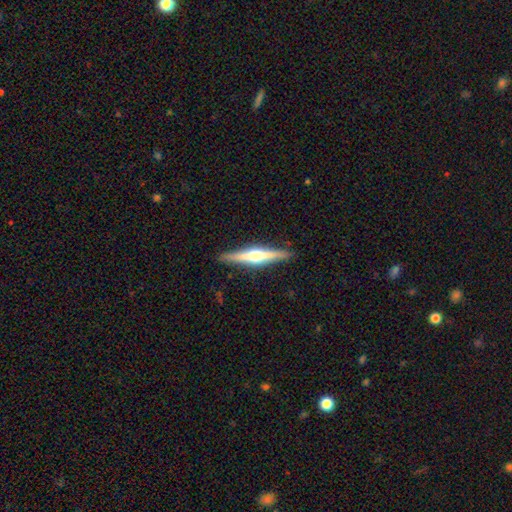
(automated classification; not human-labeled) Smooth or featured? Predicted: featured or disk (p=0.73). Edge-on disk? Predicted: yes (p=0.98). Edge-on bulge? Predicted: rounded (p=0.92). Merging? Predicted: none (p=0.90).